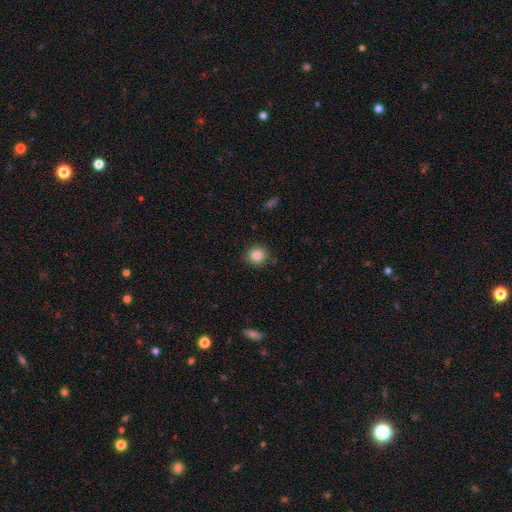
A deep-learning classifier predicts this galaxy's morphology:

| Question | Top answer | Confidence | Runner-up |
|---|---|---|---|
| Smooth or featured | smooth | 84% | star or artifact (10%) |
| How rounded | round | 91% | in between (8%) |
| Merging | none | 90% | minor disturbance (7%) |